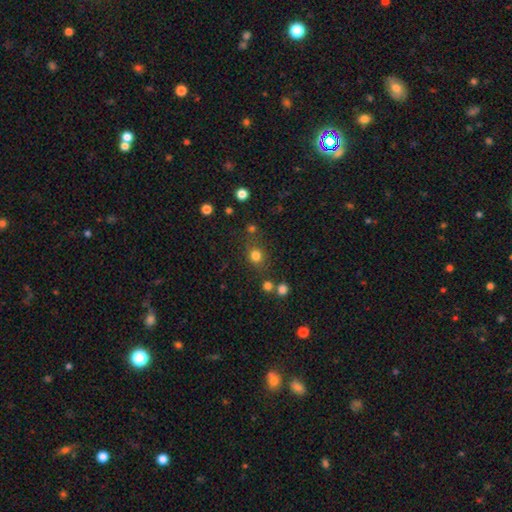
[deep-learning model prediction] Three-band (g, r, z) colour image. It shows a smooth galaxy with no disk features (78%) that is round (82%). Merging: none (73%).